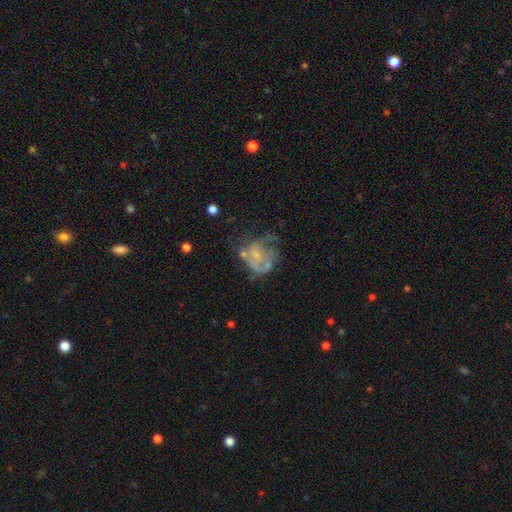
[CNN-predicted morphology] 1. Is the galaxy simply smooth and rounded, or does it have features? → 57% featured or disk, 33% smooth, 11% star or artifact.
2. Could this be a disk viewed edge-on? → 98% no, 2% yes.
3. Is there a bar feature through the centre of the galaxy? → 76% no, 21% weak, 4% strong.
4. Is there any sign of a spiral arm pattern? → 62% no, 38% yes.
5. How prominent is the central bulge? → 44% small, 32% none, 20% moderate, 2% large, 1% dominant.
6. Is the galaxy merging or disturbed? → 39% major disturbance, 29% none, 23% minor disturbance, 9% merger.